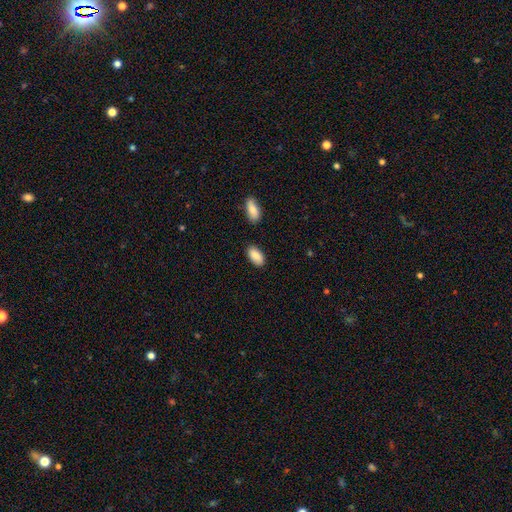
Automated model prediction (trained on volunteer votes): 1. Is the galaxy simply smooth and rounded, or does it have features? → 87% smooth, 6% featured or disk, 6% star or artifact.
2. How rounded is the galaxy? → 94% in between, 3% cigar-shaped, 3% round.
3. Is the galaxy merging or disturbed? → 82% none, 11% minor disturbance, 4% merger, 2% major disturbance.